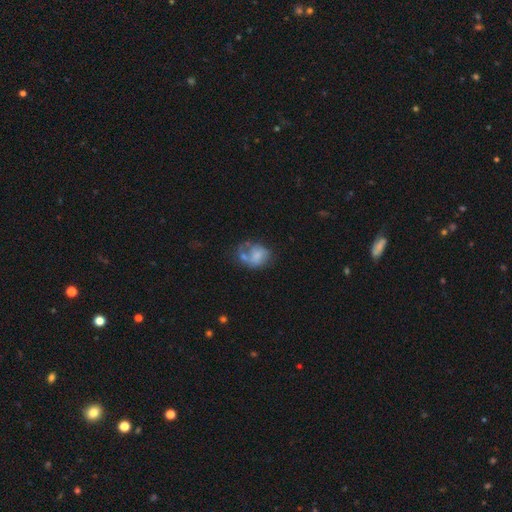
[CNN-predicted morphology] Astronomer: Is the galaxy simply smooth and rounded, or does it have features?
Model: smooth — 54% (runner-up: featured or disk, 36%).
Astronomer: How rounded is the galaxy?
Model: in between — 54% (runner-up: round, 45%).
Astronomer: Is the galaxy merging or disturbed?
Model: none — 28%, tied with major disturbance at 28%.